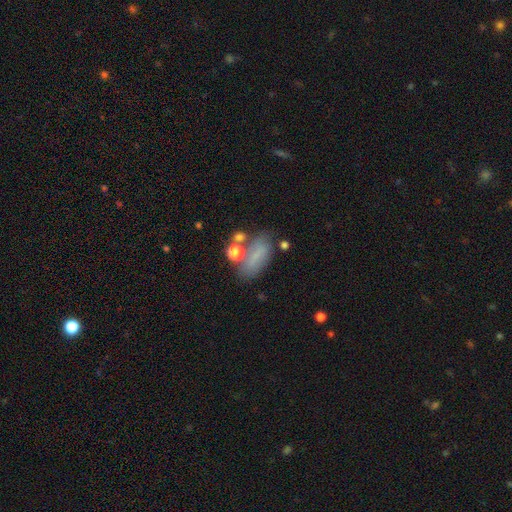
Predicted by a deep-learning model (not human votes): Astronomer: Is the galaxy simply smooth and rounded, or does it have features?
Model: smooth — 64%.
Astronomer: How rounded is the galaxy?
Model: in between — 79%.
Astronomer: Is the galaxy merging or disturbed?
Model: none — 50%.